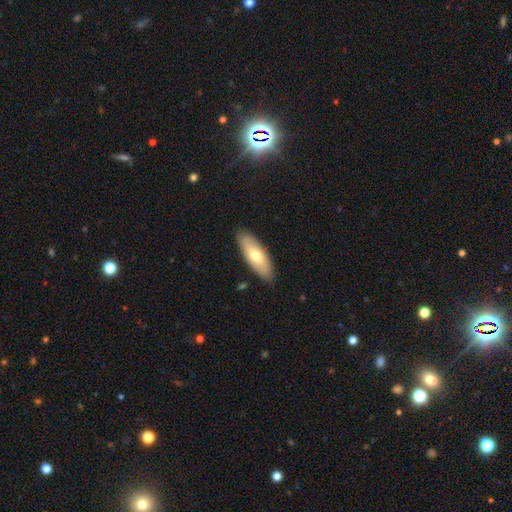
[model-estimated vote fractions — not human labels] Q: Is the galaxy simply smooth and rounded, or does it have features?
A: smooth — 64%.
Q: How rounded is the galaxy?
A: in between — 70%.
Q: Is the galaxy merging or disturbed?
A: none — 88%.